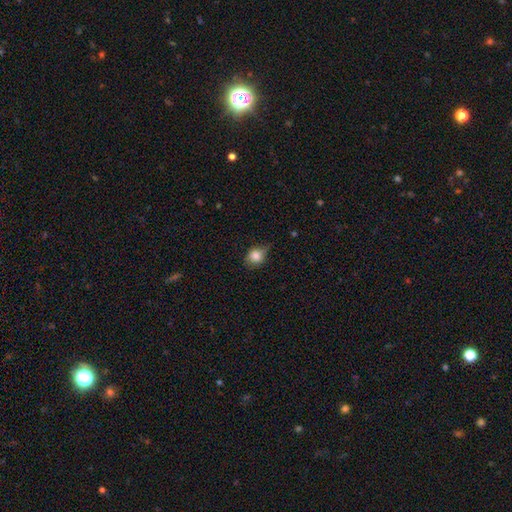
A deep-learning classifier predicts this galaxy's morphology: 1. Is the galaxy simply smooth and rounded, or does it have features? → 81% smooth, 10% star or artifact, 10% featured or disk.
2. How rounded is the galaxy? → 69% round, 29% in between, 1% cigar-shaped.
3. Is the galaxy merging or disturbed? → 52% none, 38% minor disturbance, 8% major disturbance, 2% merger.